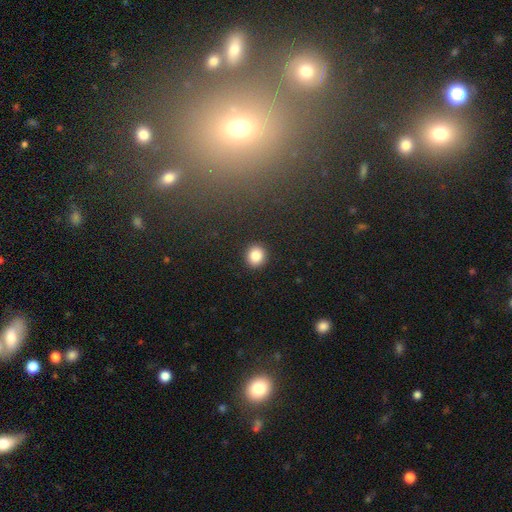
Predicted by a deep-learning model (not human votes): This appears to be a smooth galaxy with no disk features (85%) that is round (83%). Merging: none (92%).